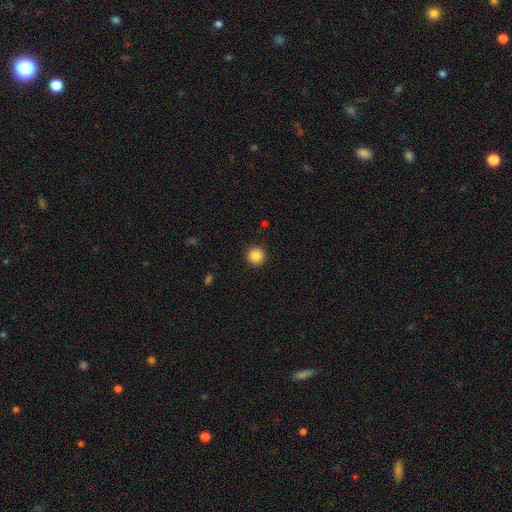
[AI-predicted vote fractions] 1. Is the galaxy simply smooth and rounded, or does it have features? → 86% smooth, 10% star or artifact, 4% featured or disk.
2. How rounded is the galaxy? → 96% round, 3% in between, 1% cigar-shaped.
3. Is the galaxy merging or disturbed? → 92% none, 5% minor disturbance, 2% major disturbance, 1% merger.